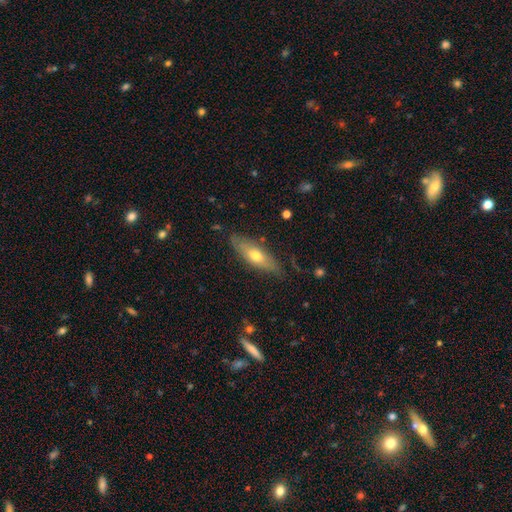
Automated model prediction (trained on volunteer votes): smooth 54%, featured or disk 39%, star or artifact 6%. Down the decision tree: how rounded — in between (57%); merging — none (76%).